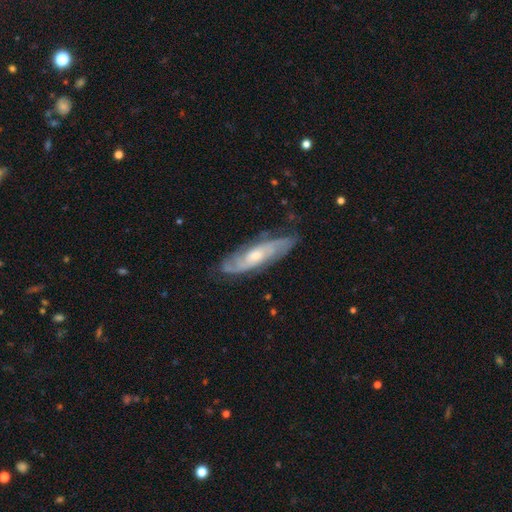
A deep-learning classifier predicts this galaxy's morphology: Q: Smooth or featured?
A: featured or disk (82%); runner-up: smooth (13%)
Q: Edge-on disk?
A: no (80%); runner-up: yes (20%)
Q: Bar?
A: no (62%); runner-up: weak (31%)
Q: Spiral arms?
A: yes (95%); runner-up: no (5%)
Q: Spiral winding?
A: tight (48%); runner-up: medium (40%)
Q: Spiral arm count?
A: 2 (45%); runner-up: can't tell (28%)
Q: Bulge size?
A: moderate (54%); runner-up: small (37%)
Q: Merging?
A: none (77%); runner-up: minor disturbance (17%)